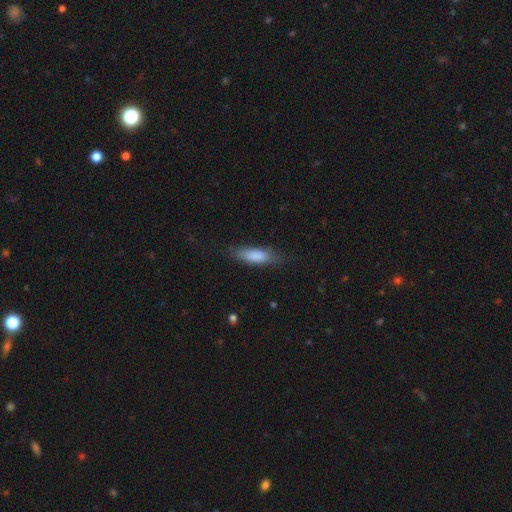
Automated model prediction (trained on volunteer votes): Smooth or featured? smooth (84%)
How rounded? in between (52%)
Merging? none (77%)